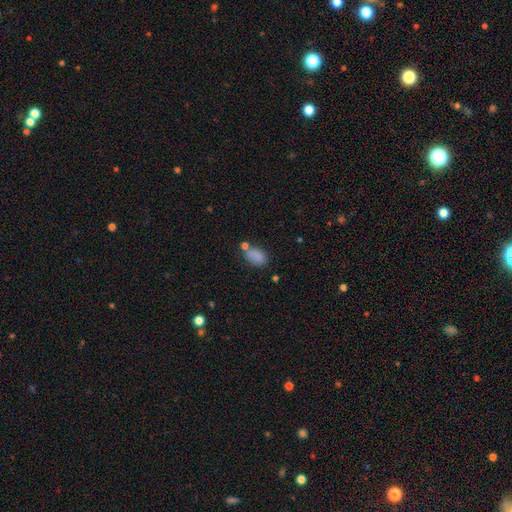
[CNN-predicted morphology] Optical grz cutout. It shows a smooth galaxy with no disk features (84%) that is in between round and cigar-shaped (89%). Merging: none (60%).